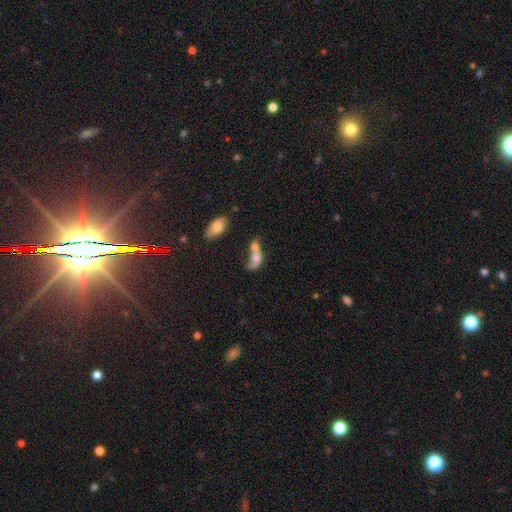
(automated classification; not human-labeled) The model was most divided on "smooth or featured": smooth: 56%, featured or disk: 32%, star or artifact: 11%. More confident: how rounded — in between (73%); merging — merger (61%).